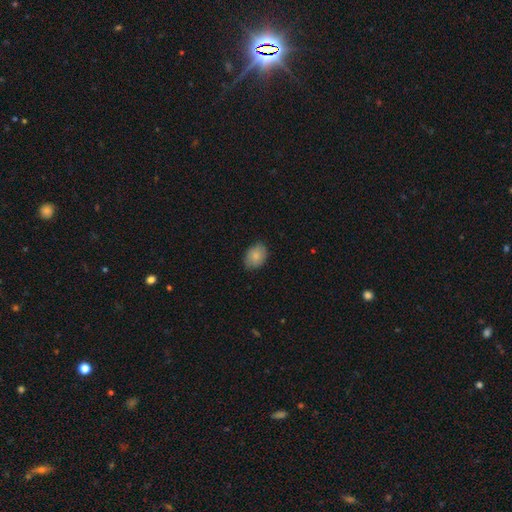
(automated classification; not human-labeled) A smooth galaxy with no disk features (86%) that is in between round and cigar-shaped (71%).

Vote fractions:
- Smooth or featured? smooth: 86% / featured or disk: 7% / star or artifact: 7%
- How rounded? in between: 71% / round: 28% / cigar-shaped: 1%
- Merging? none: 82% / minor disturbance: 14% / major disturbance: 3% / merger: 1%